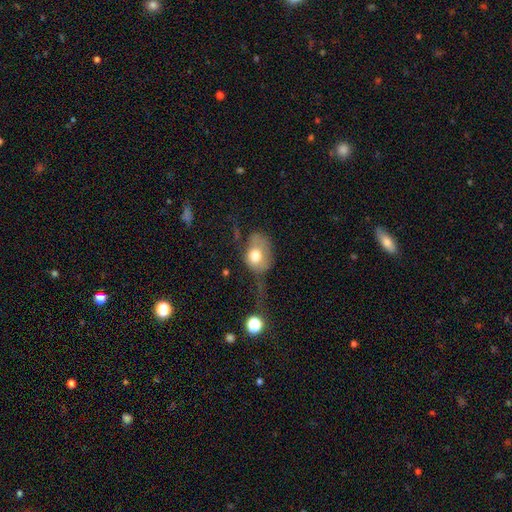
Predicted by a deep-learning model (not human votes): The model was most divided on "merging": major disturbance: 47%, minor disturbance: 24%, none: 21%, merger: 8%. More confident: smooth or featured — smooth (68%); how rounded — in between (64%).